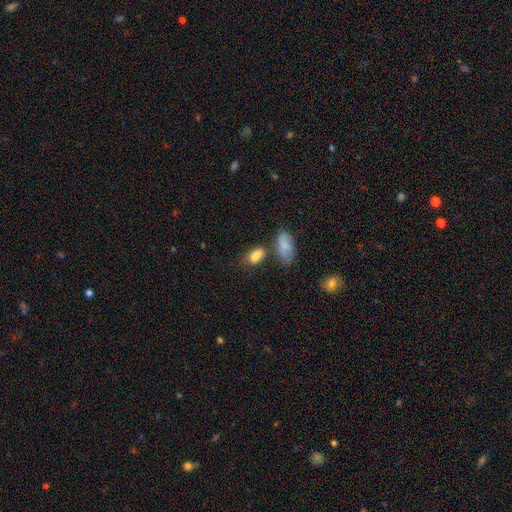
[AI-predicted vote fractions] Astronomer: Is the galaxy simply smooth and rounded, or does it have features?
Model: smooth — 82%.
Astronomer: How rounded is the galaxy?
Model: in between — 88%.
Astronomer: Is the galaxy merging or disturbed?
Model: none — 49%.